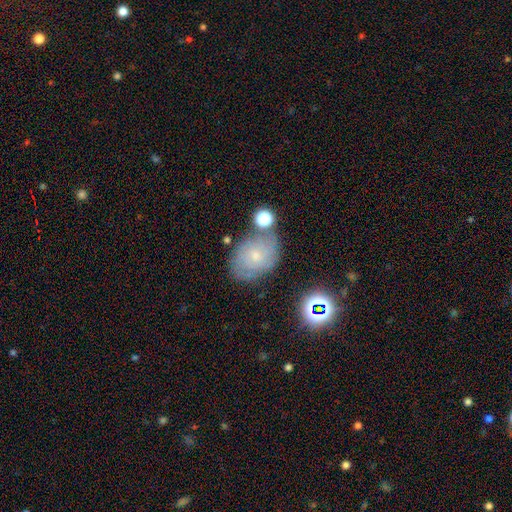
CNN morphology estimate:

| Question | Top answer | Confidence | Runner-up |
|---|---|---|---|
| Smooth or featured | featured or disk | 51% | smooth (35%) |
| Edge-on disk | no | 96% | yes (4%) |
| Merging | none | 62% | minor disturbance (21%) |